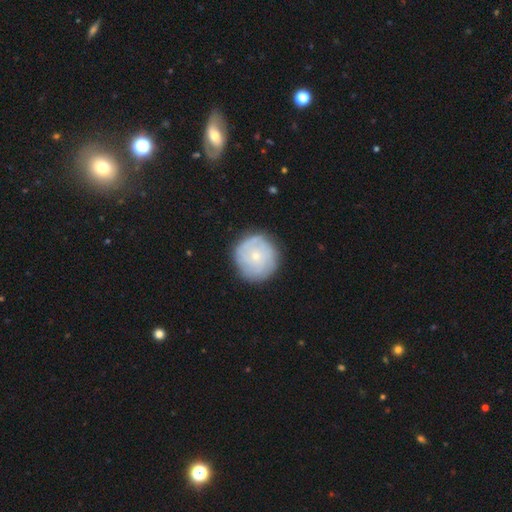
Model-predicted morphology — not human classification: type=smooth (49%); merging=none (82%).